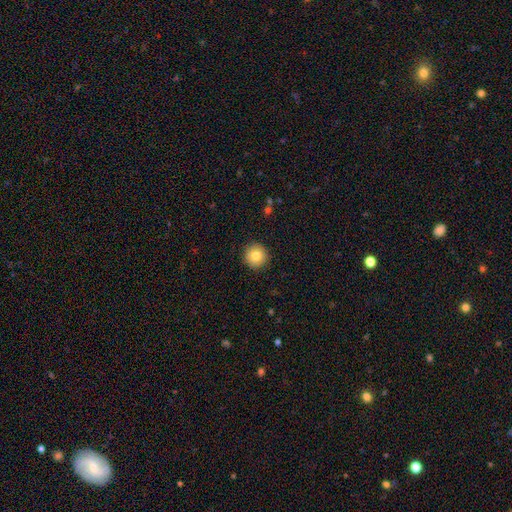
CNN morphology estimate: This appears to be a smooth galaxy with no disk features (82%) that is round (96%). Merging: none (92%).